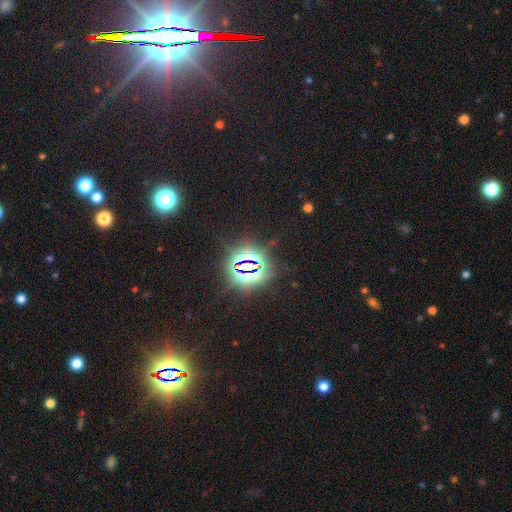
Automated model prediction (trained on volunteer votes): Q: Smooth or featured?
A: star or artifact (82%); runner-up: smooth (10%)